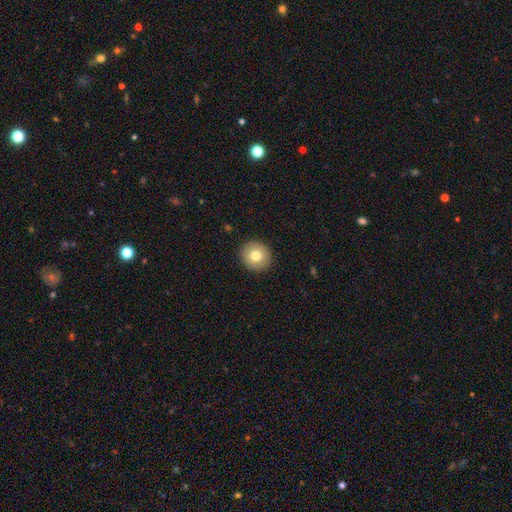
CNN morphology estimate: Overall: smooth (77%). How rounded: round (89%). Merging: none (91%).